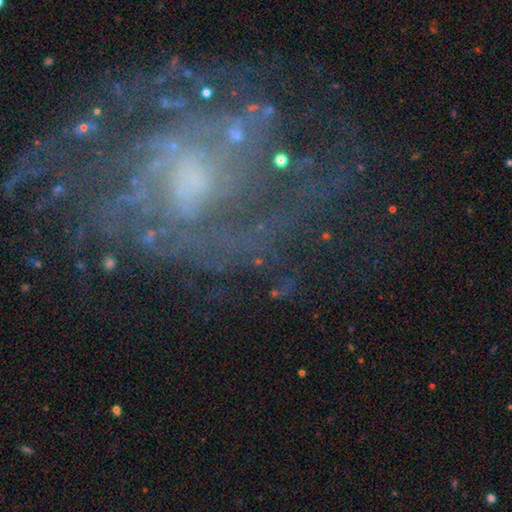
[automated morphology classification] smooth-or-featured: featured or disk: 84% | star or artifact: 10% | smooth: 6%
  disk-edge-on: no: 97% | yes: 3%
    bar: no: 57% | weak: 34% | strong: 9%
    has-spiral-arms: yes: 91% | no: 9%
      spiral-winding: medium: 42% | tight: 40% | loose: 18%
      spiral-arm-count: 2: 32% | can't tell: 31% | 3: 14% | 4: 8% | 1: 8% | more than 4: 7%
    bulge-size: small: 41% | moderate: 35% | none: 16% | large: 6% | dominant: 2%
  merging: none: 62% | major disturbance: 18% | minor disturbance: 17% | merger: 3%